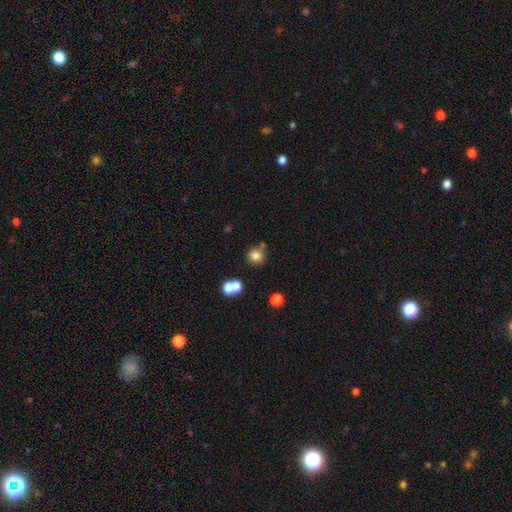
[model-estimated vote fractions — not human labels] Smooth or featured: smooth — 80% (star or artifact — 14%)
How rounded: round — 88% (in between — 11%)
Merging: none — 74% (merger — 12%)